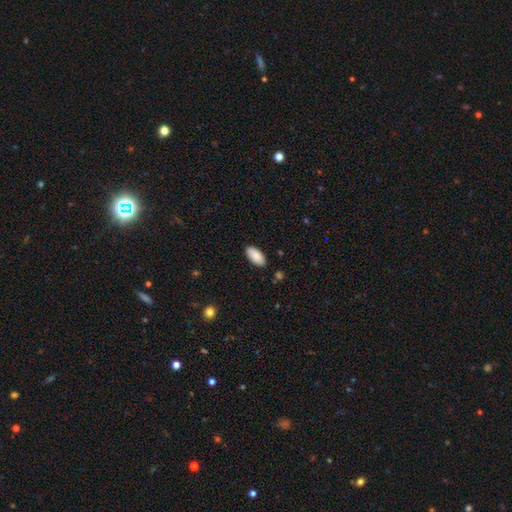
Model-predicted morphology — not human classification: The model was most divided on "merging": none: 88%, minor disturbance: 9%, major disturbance: 2%, merger: 1%. More confident: how rounded — in between (92%); smooth or featured — smooth (89%).